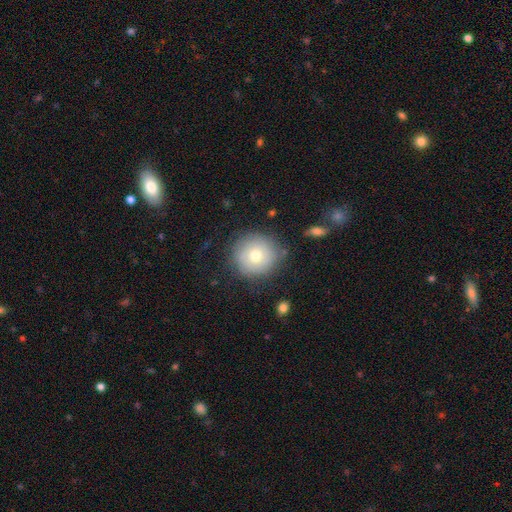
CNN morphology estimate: Smooth or featured?
  - smooth: 68% *
  - featured or disk: 22%
  - star or artifact: 11%
How rounded?
  - round: 94% *
  - in between: 5%
  - cigar-shaped: 1%
Merging?
  - none: 83% *
  - minor disturbance: 12%
  - major disturbance: 4%
  - merger: 2%